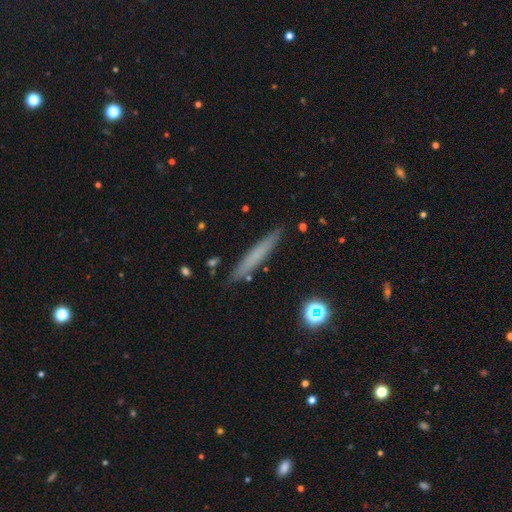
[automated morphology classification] Smooth or featured: smooth — 62% (featured or disk — 29%)
How rounded: cigar-shaped — 95% (in between — 4%)
Merging: none — 87% (minor disturbance — 9%)